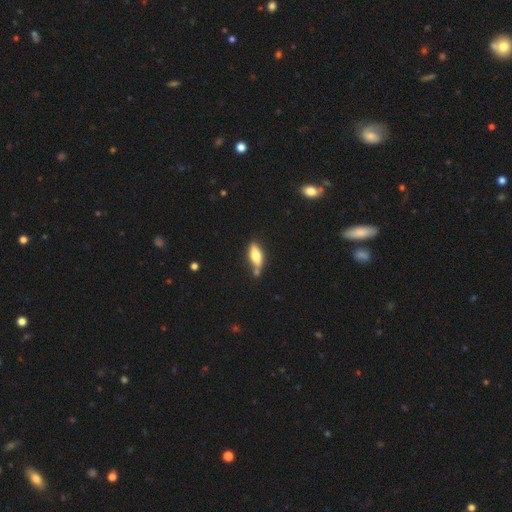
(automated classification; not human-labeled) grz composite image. It shows a smooth galaxy with no disk features (65%) that is in between round and cigar-shaped (65%). Merging: none (62%).